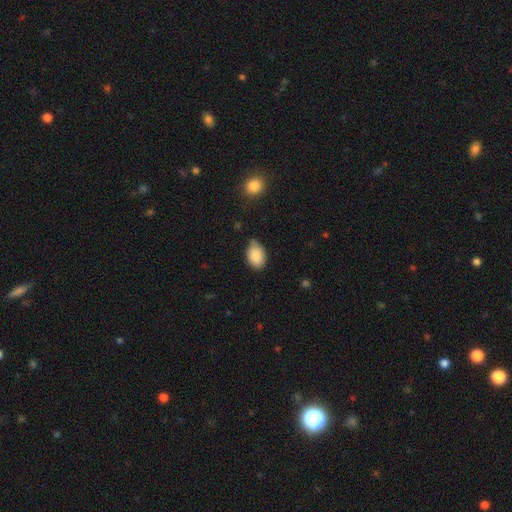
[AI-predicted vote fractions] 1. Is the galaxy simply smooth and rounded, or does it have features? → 87% smooth, 7% star or artifact, 6% featured or disk.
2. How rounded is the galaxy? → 84% in between, 15% round, 1% cigar-shaped.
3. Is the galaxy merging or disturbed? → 67% none, 26% minor disturbance, 4% major disturbance, 2% merger.